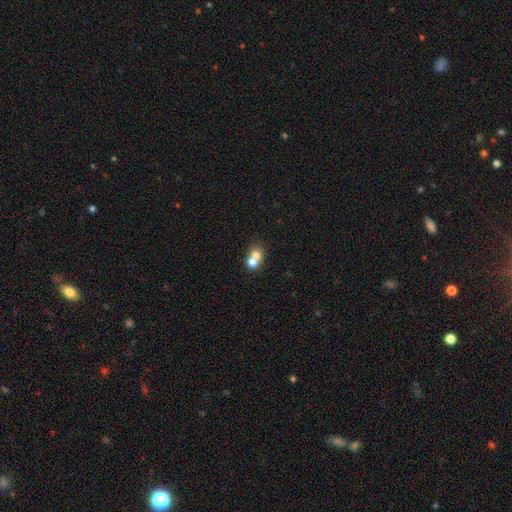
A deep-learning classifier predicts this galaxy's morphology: Q: Smooth or featured?
A: smooth (69%); runner-up: featured or disk (19%)
Q: How rounded?
A: round (70%); runner-up: in between (29%)
Q: Merging?
A: merger (64%); runner-up: none (28%)